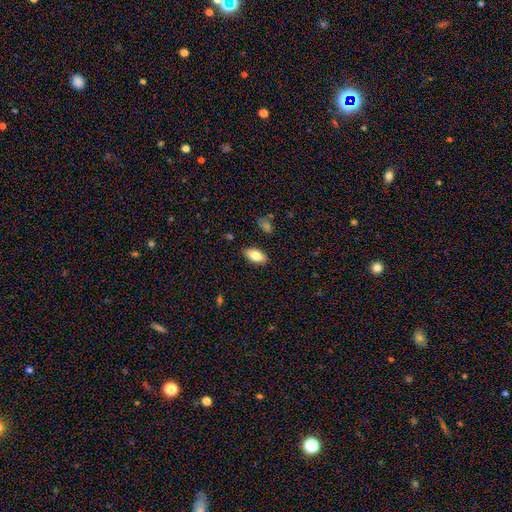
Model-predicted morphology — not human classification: This is likely a smooth galaxy (78%). How rounded: clearly in between (89%). Merging: clearly none (87%).